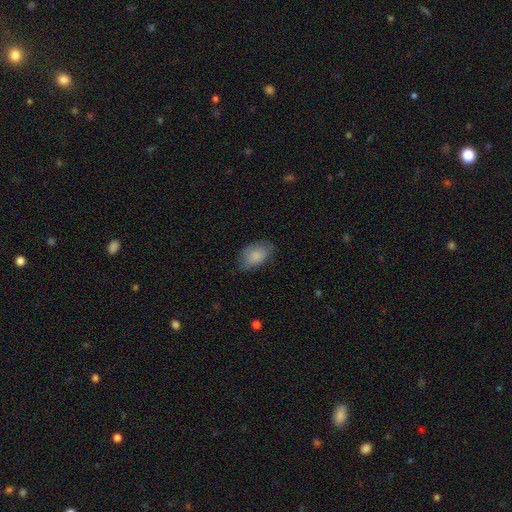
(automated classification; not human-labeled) This is clearly a smooth galaxy (86%). How rounded: clearly in between (91%). Merging: likely none (72%).